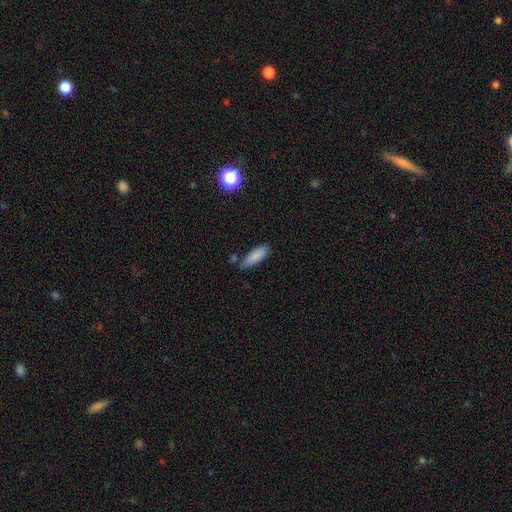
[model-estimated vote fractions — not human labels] smooth_or_featured: smooth (p=0.86) [alt: star or artifact p=0.07]
how_rounded: in between (p=0.62) [alt: cigar-shaped p=0.36]
merging: none (p=0.65) [alt: minor disturbance p=0.24]